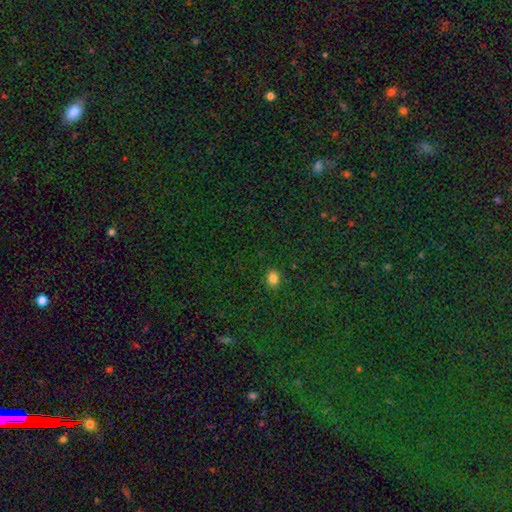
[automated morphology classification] This is likely a star or artifact rather than a galaxy (73%).